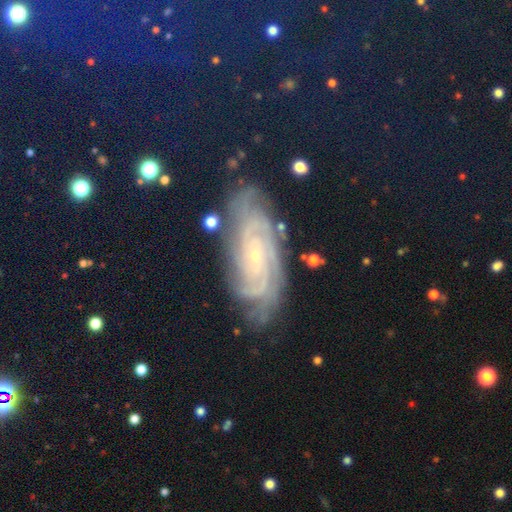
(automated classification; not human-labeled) Q: Smooth or featured?
A: featured or disk (70%); runner-up: star or artifact (19%)
Q: Edge-on disk?
A: no (94%); runner-up: yes (6%)
Q: Bar?
A: no (69%); runner-up: weak (23%)
Q: Spiral arms?
A: yes (97%); runner-up: no (3%)
Q: Spiral winding?
A: tight (76%); runner-up: medium (19%)
Q: Spiral arm count?
A: can't tell (25%); runner-up: 3 (17%)
Q: Bulge size?
A: small (85%); runner-up: moderate (11%)
Q: Merging?
A: none (81%); runner-up: minor disturbance (14%)